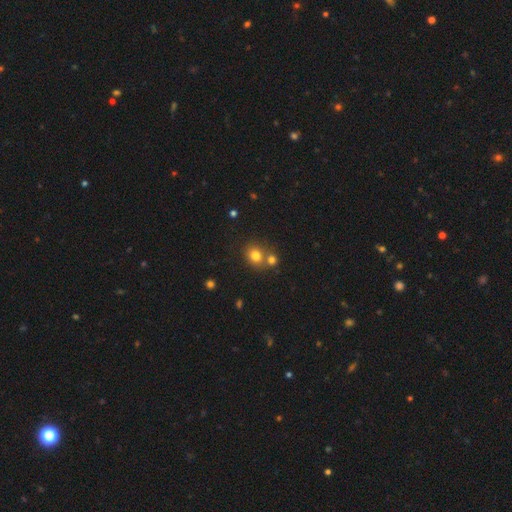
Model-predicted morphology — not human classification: A smooth galaxy with no disk features (78%) that is round (79%).

Vote fractions:
- Smooth or featured? smooth: 78% / star or artifact: 13% / featured or disk: 9%
- How rounded? round: 79% / in between: 20% / cigar-shaped: 1%
- Merging? none: 55% / merger: 35% / minor disturbance: 8% / major disturbance: 3%